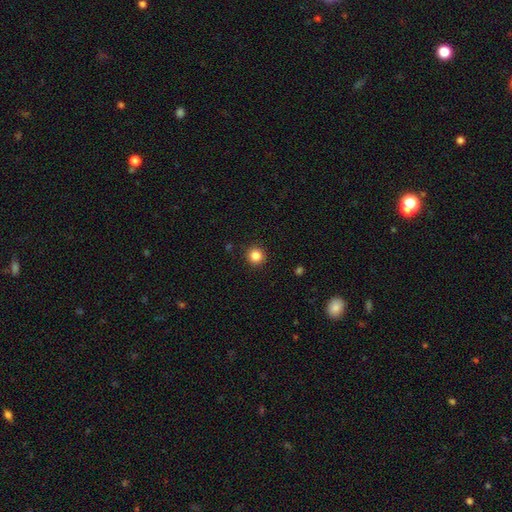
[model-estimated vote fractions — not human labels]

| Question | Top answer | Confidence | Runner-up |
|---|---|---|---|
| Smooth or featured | smooth | 85% | star or artifact (11%) |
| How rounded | round | 95% | in between (4%) |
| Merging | none | 92% | minor disturbance (5%) |